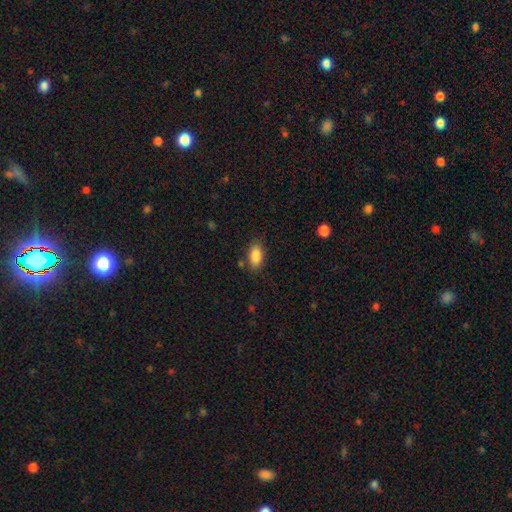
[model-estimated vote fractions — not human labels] This appears to be a smooth galaxy with no disk features (87%) that is in between round and cigar-shaped (91%). Merging: none (82%).